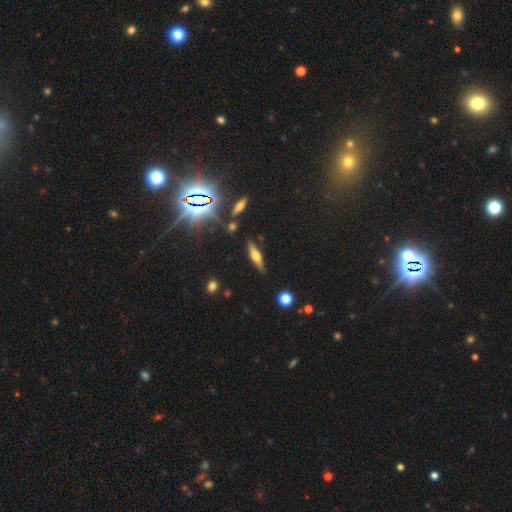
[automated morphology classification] Smooth or featured? featured or disk (55%)
Edge-on disk? yes (93%)
Edge-on bulge? rounded (87%)
Merging? none (83%)